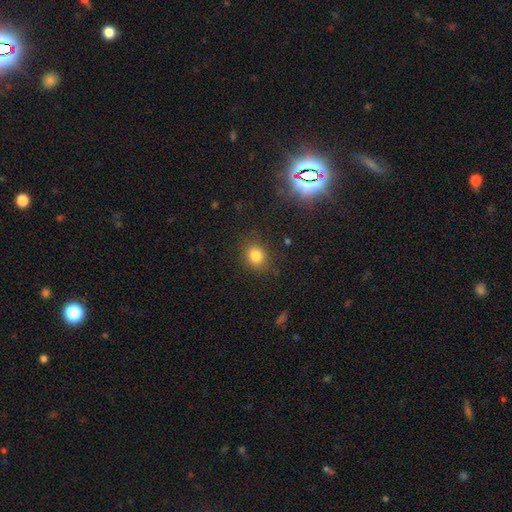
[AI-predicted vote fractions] smooth-or-featured: smooth: 80% | star or artifact: 13% | featured or disk: 6%
  how-rounded: round: 69% | in between: 30% | cigar-shaped: 1%
  merging: none: 84% | minor disturbance: 11% | major disturbance: 4% | merger: 2%